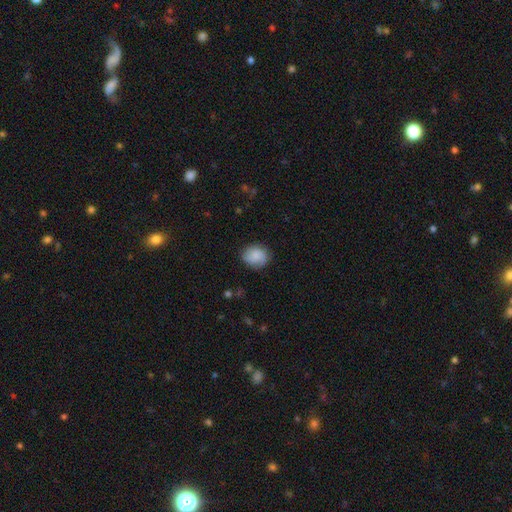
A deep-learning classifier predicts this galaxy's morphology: Q: Smooth or featured?
A: smooth (83%); runner-up: featured or disk (10%)
Q: How rounded?
A: round (64%); runner-up: in between (35%)
Q: Merging?
A: none (80%); runner-up: minor disturbance (15%)